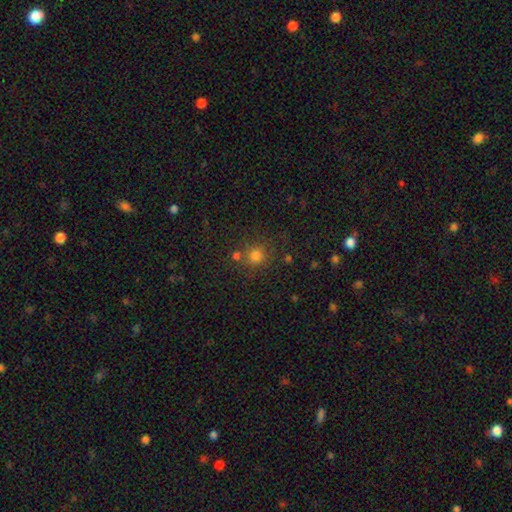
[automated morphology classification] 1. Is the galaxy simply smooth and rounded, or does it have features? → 75% smooth, 18% star or artifact, 7% featured or disk.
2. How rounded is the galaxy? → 87% round, 12% in between, 1% cigar-shaped.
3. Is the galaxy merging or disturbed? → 70% none, 14% merger, 11% minor disturbance, 4% major disturbance.